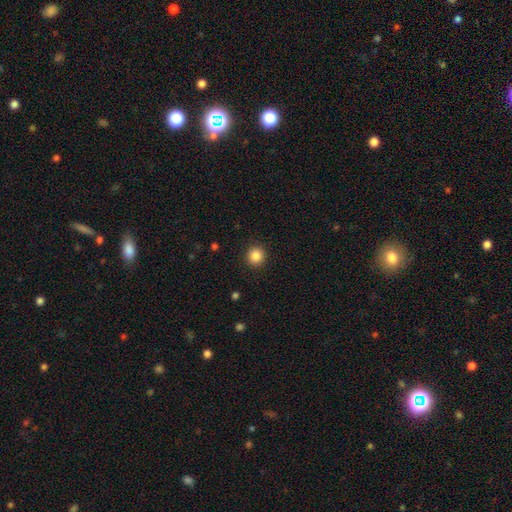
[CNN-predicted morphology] Q: Smooth or featured?
A: smooth (86%); runner-up: star or artifact (10%)
Q: How rounded?
A: round (92%); runner-up: in between (7%)
Q: Merging?
A: none (92%); runner-up: minor disturbance (5%)